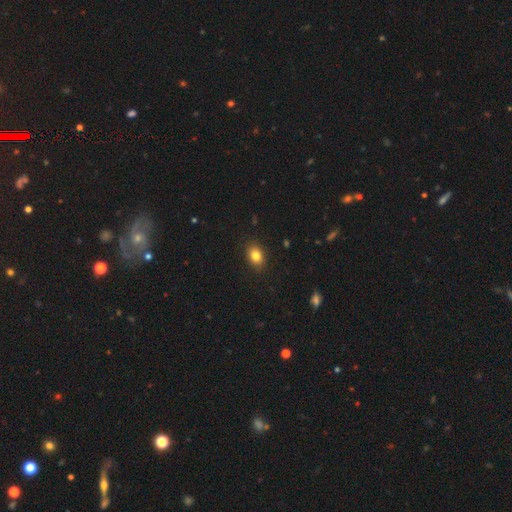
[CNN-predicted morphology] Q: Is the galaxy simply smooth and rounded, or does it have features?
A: smooth — 83%.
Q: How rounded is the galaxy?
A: in between — 70%.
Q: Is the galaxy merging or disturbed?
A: none — 87%.